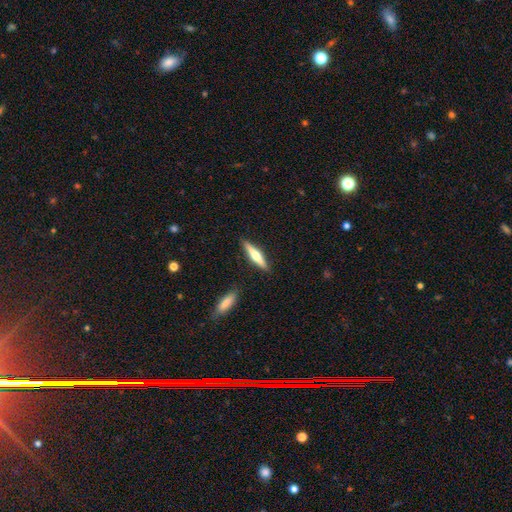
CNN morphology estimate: Overall: featured or disk (52%; smooth 42%). Edge-on disk: yes (96%). Edge-on bulge: rounded (87%). Merging: none (88%).